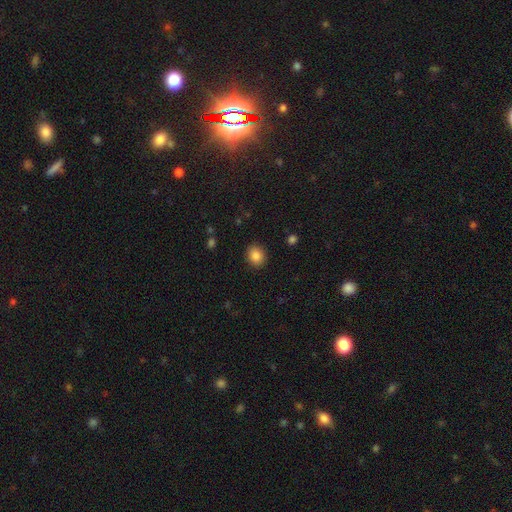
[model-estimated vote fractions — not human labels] smooth-or-featured: smooth: 86% | star or artifact: 9% | featured or disk: 5%
  how-rounded: round: 64% | in between: 35% | cigar-shaped: 1%
  merging: none: 89% | minor disturbance: 7% | major disturbance: 2% | merger: 1%